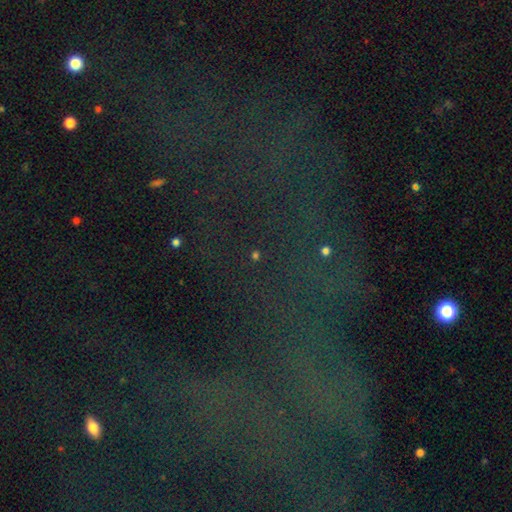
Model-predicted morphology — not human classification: Overall: star or artifact (64%; smooth 28%).